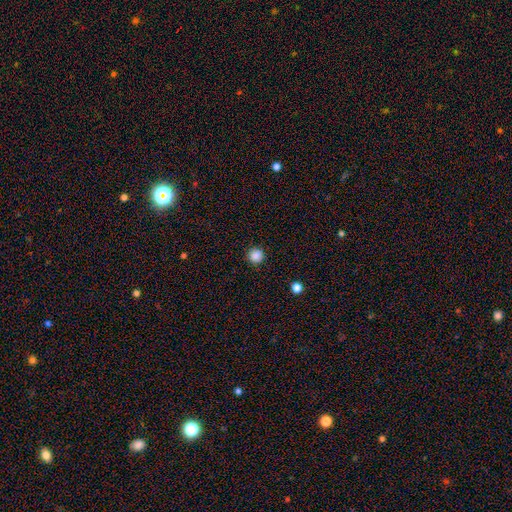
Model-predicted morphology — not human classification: The model was most divided on "smooth or featured": smooth: 86%, star or artifact: 11%, featured or disk: 3%. More confident: how rounded — round (96%); merging — none (92%).